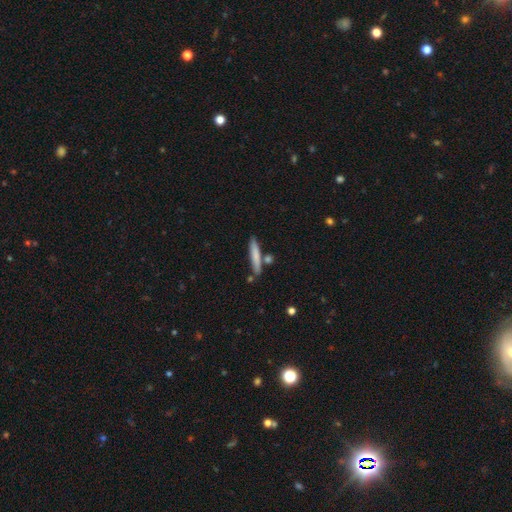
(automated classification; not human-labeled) Overall: smooth (75%). How rounded: cigar-shaped (91%). Merging: none (76%).